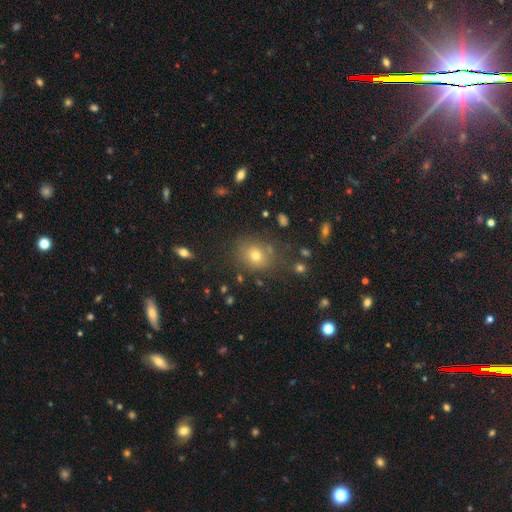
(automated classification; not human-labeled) The model was most divided on "how rounded": round: 68%, in between: 30%, cigar-shaped: 1%. More confident: merging — none (78%); smooth or featured — smooth (70%).